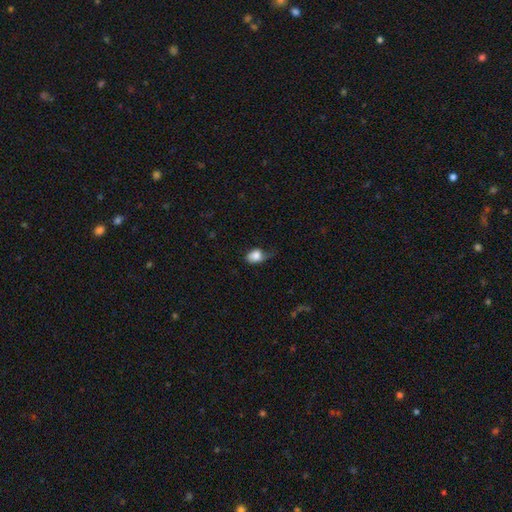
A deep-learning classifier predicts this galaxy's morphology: A smooth galaxy with no disk features (81%) that is in between round and cigar-shaped (76%). Merging: minor disturbance (39%).